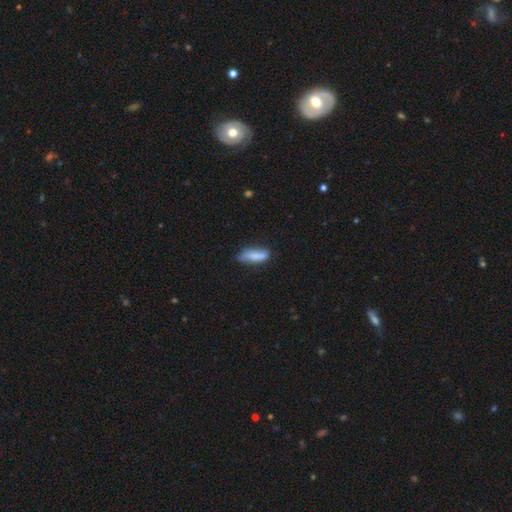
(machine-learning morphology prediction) Smooth or featured: smooth — 79% (featured or disk — 14%)
How rounded: in between — 51% (cigar-shaped — 47%)
Merging: none — 59% (minor disturbance — 29%)